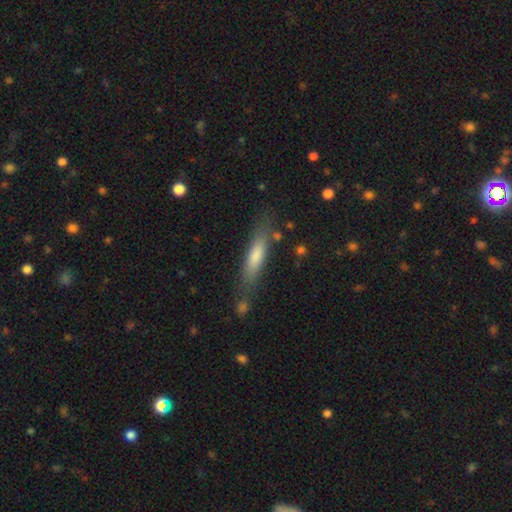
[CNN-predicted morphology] The model was most divided on "smooth or featured": smooth: 69%, featured or disk: 25%, star or artifact: 7%. More confident: how rounded — cigar-shaped (80%); merging — none (75%).